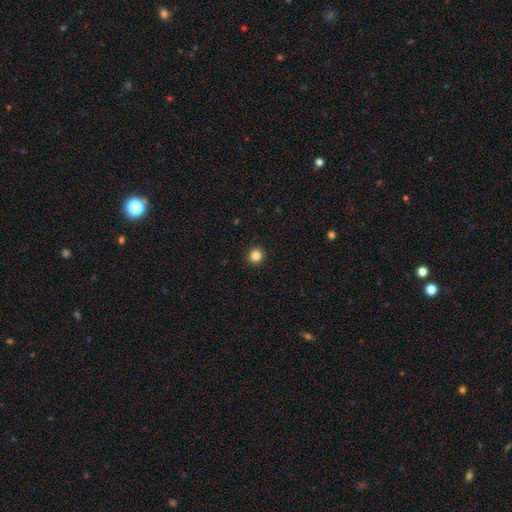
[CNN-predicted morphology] Smooth or featured?
  - smooth: 84% *
  - star or artifact: 11%
  - featured or disk: 4%
How rounded?
  - round: 92% *
  - in between: 7%
  - cigar-shaped: 1%
Merging?
  - none: 93% *
  - minor disturbance: 5%
  - major disturbance: 2%
  - merger: 1%